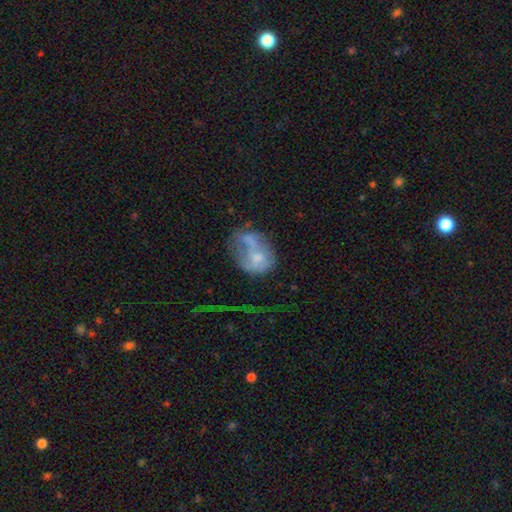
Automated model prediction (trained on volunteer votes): Smooth or featured? featured or disk (45%)
Merging? major disturbance (32%)